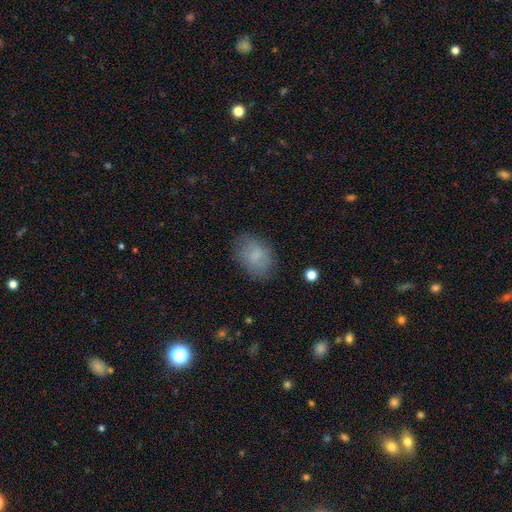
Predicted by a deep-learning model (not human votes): This appears to be a smooth galaxy with no disk features (78%) that is in between round and cigar-shaped (81%). Merging: none (73%).